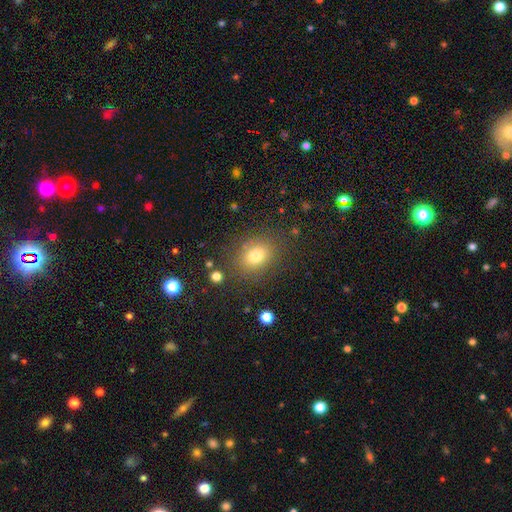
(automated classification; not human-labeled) Morphology: type=smooth (76%); roundness=round (51%); merging=none (82%).